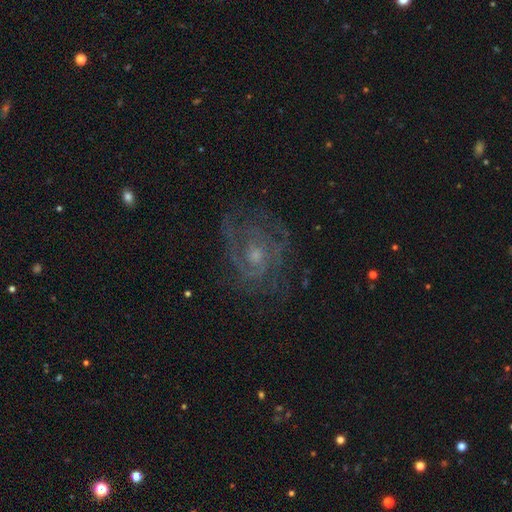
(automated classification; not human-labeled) Q: Smooth or featured?
A: featured or disk (80%); runner-up: star or artifact (10%)
Q: Edge-on disk?
A: no (97%); runner-up: yes (3%)
Q: Bar?
A: no (70%); runner-up: weak (26%)
Q: Spiral arms?
A: yes (90%); runner-up: no (10%)
Q: Spiral winding?
A: tight (50%); runner-up: medium (39%)
Q: Spiral arm count?
A: can't tell (34%); runner-up: 2 (31%)
Q: Bulge size?
A: small (47%); runner-up: moderate (44%)
Q: Merging?
A: none (69%); runner-up: minor disturbance (17%)